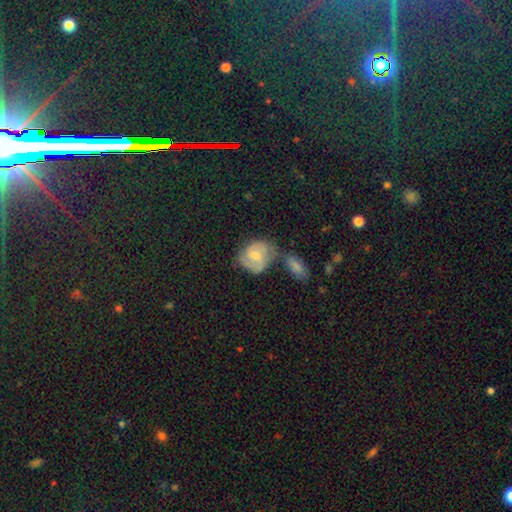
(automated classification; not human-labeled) A featured or disk galaxy (54%) with a weak bar (46%), spiral arms (79%) and a moderate central bulge (53%). Merging: none (37%).